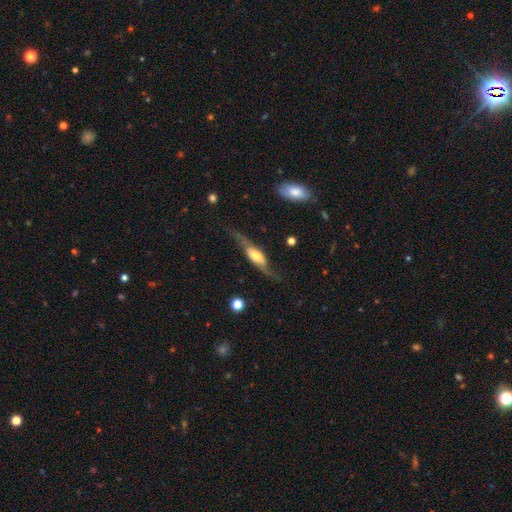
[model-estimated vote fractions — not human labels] This is likely a featured or disk galaxy (76%). It is possibly not viewed edge-on (51%). Merging: likely none (64%).